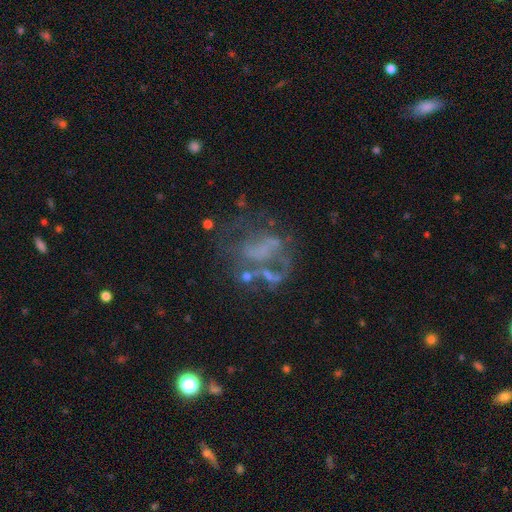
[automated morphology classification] Q: Smooth or featured?
A: featured or disk (56%); runner-up: star or artifact (25%)
Q: Edge-on disk?
A: no (97%); runner-up: yes (3%)
Q: Bar?
A: no (71%); runner-up: weak (18%)
Q: Spiral arms?
A: no (71%); runner-up: yes (29%)
Q: Bulge size?
A: none (74%); runner-up: small (14%)
Q: Merging?
A: none (40%); runner-up: major disturbance (32%)